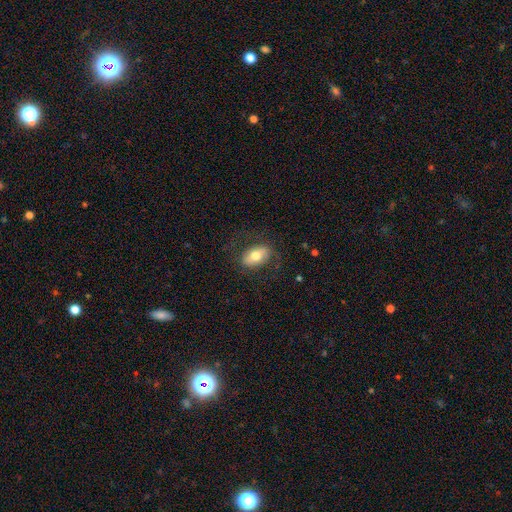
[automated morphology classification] Smooth or featured? Predicted: smooth (p=0.62). How rounded? Predicted: in between (p=0.90). Merging? Predicted: none (p=0.74).